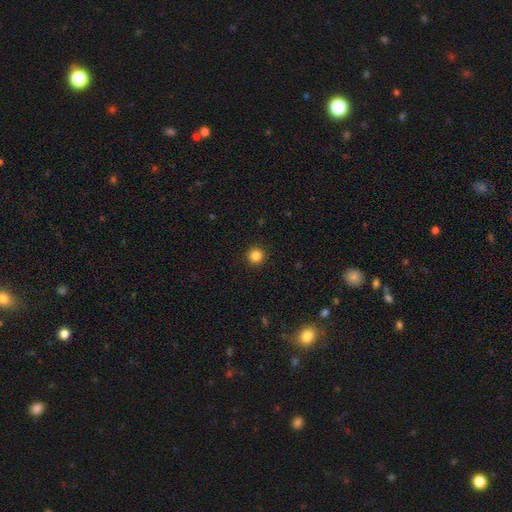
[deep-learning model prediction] smooth-or-featured: smooth: 85% | star or artifact: 11% | featured or disk: 4%
  how-rounded: round: 96% | in between: 3% | cigar-shaped: 1%
  merging: none: 93% | minor disturbance: 4% | major disturbance: 2% | merger: 1%